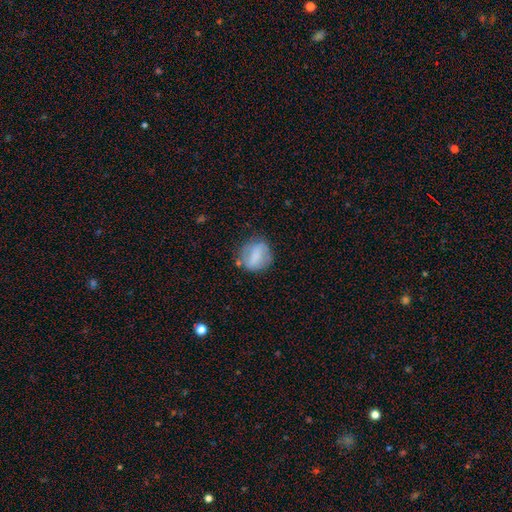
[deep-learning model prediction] This appears to be a smooth galaxy with no disk features (64%) that is round (68%). Merging: none (63%).